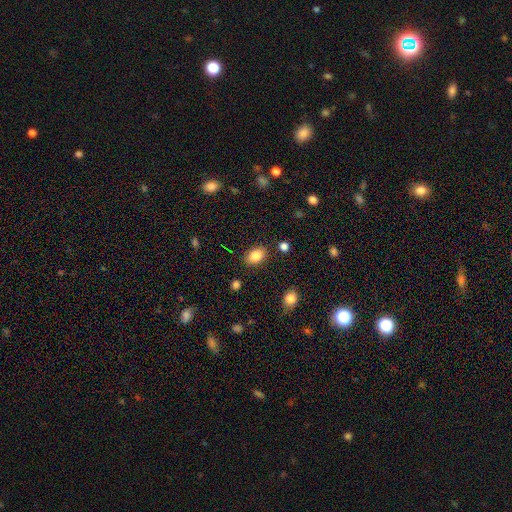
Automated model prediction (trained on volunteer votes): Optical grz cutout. It shows a smooth galaxy with no disk features (85%) that is in between round and cigar-shaped (81%). Merging: none (84%).